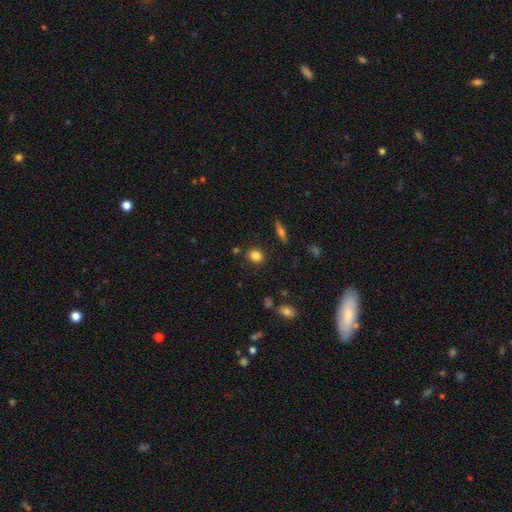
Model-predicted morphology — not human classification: Smooth or featured? Predicted: smooth (p=0.83). How rounded? Predicted: round (p=0.58). Merging? Predicted: none (p=0.83).